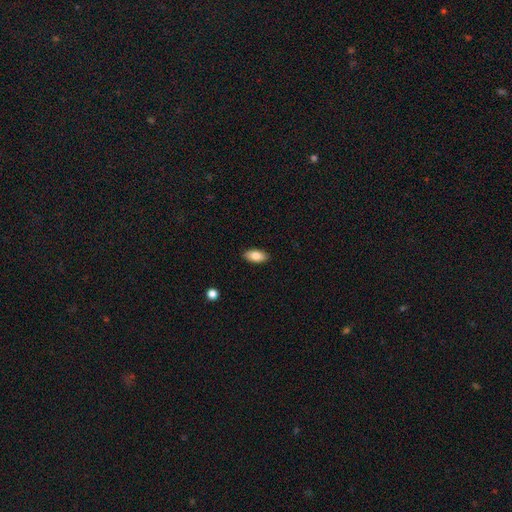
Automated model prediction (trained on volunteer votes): smooth 83%, featured or disk 10%, star or artifact 7%. Down the decision tree: how rounded — in between (91%); merging — none (89%).